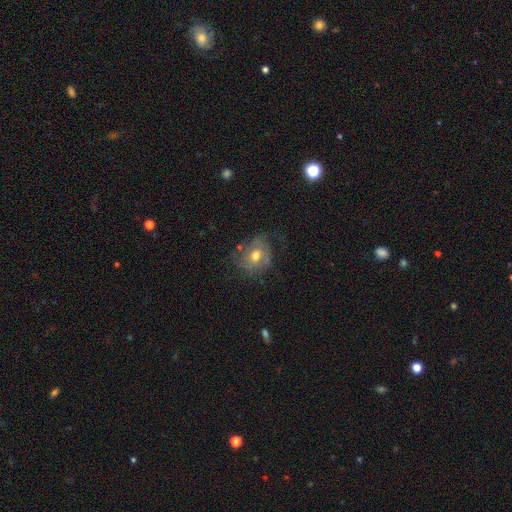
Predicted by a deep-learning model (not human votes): Morphology: type=featured or disk (51%); edge-on=no (96%); merging=none (57%).